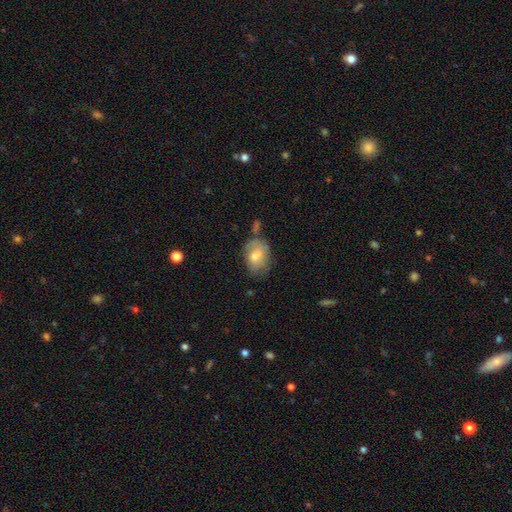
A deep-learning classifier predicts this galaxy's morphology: smooth-or-featured: smooth: 70% | featured or disk: 23% | star or artifact: 7%
  how-rounded: in between: 77% | round: 22% | cigar-shaped: 1%
  merging: none: 50% | minor disturbance: 29% | major disturbance: 12% | merger: 9%